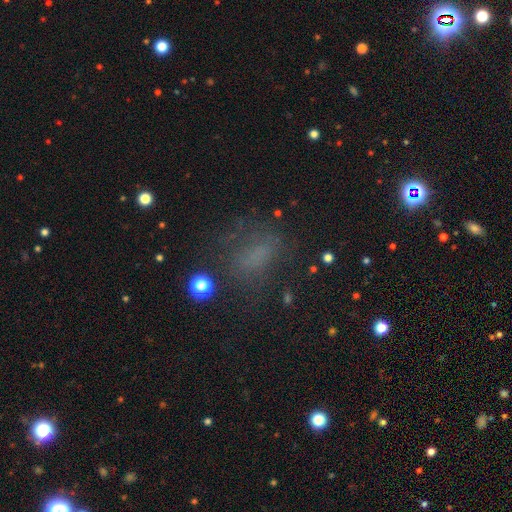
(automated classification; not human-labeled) Overall: smooth (54%; star or artifact 29%). How rounded: in between (71%). Merging: none (58%; minor disturbance 20%).